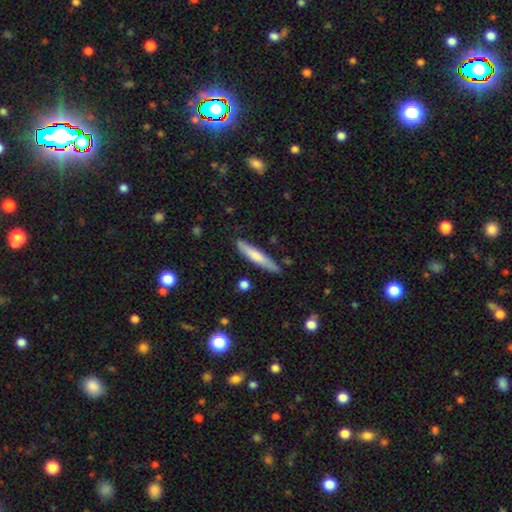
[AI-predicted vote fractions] This is likely a smooth galaxy (70%). How rounded: clearly cigar-shaped (91%). Merging: clearly none (83%).